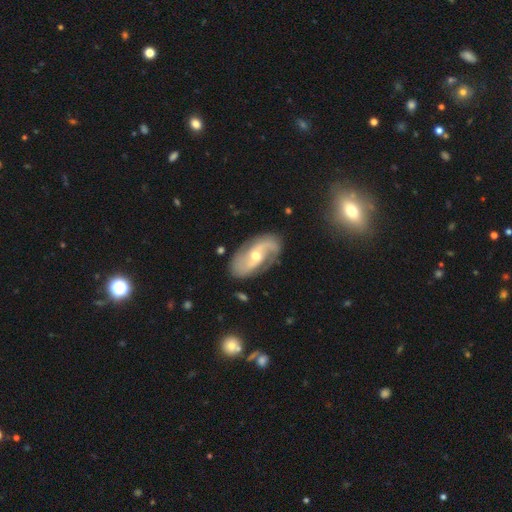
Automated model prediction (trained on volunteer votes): featured or disk 85%, smooth 10%, star or artifact 5%. Down the decision tree: edge-on disk — no (96%); bar — no (47%); spiral arms — yes (94%); spiral arm count — 2 (84%); spiral winding — loose (45%); bulge size — moderate (60%); merging — none (75%).